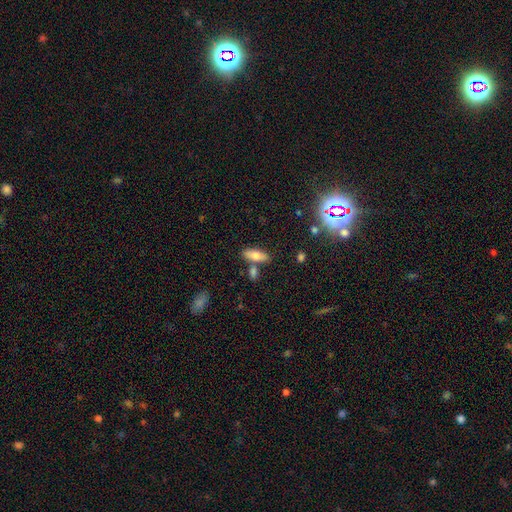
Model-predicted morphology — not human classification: A smooth galaxy with no disk features (74%) that is in between round and cigar-shaped (70%).

Vote fractions:
- Smooth or featured? smooth: 74% / featured or disk: 18% / star or artifact: 8%
- How rounded? in between: 70% / cigar-shaped: 27% / round: 3%
- Merging? none: 72% / merger: 13% / minor disturbance: 11% / major disturbance: 3%